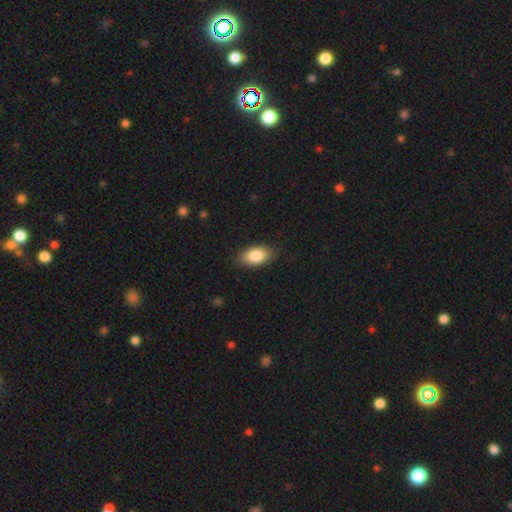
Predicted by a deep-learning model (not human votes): Smooth or featured? Predicted: smooth (p=0.85). How rounded? Predicted: in between (p=0.92). Merging? Predicted: none (p=0.85).